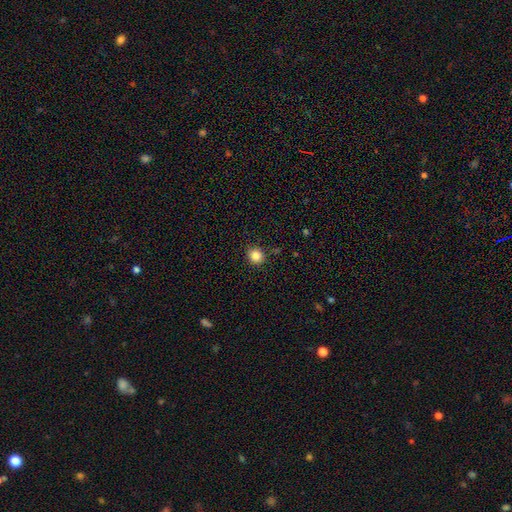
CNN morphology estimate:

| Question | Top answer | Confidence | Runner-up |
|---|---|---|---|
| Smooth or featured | smooth | 85% | star or artifact (11%) |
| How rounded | round | 88% | in between (12%) |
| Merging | none | 88% | minor disturbance (8%) |